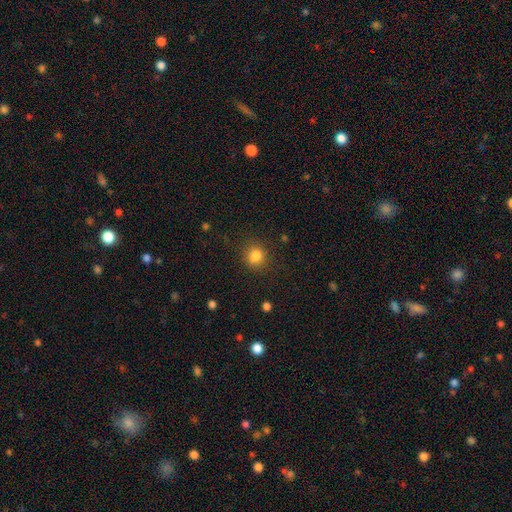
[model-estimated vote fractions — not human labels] Overall: smooth (83%). How rounded: round (82%). Merging: none (83%).